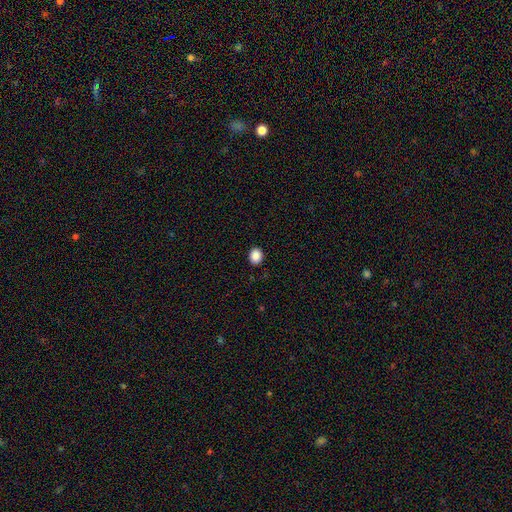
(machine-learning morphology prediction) This appears to be a smooth galaxy with no disk features (88%) that is round (61%). Merging: none (91%).